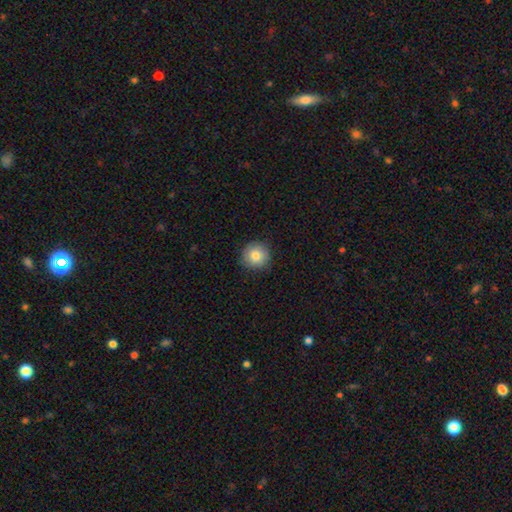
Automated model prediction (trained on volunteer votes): Smooth or featured: smooth — 81% (featured or disk — 10%)
How rounded: round — 93% (in between — 6%)
Merging: none — 87% (minor disturbance — 10%)